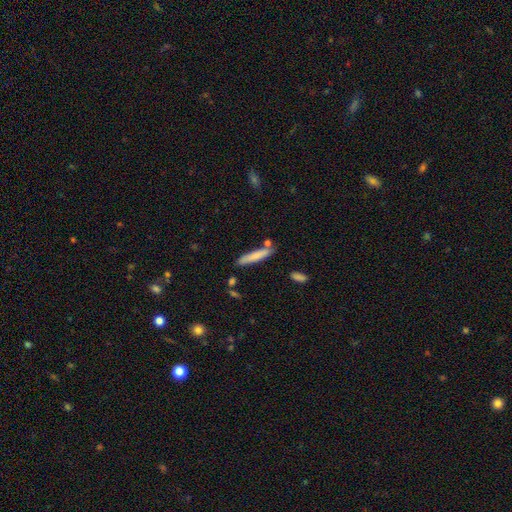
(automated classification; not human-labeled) This is likely a smooth galaxy (77%). How rounded: clearly cigar-shaped (91%). Merging: likely none (79%).